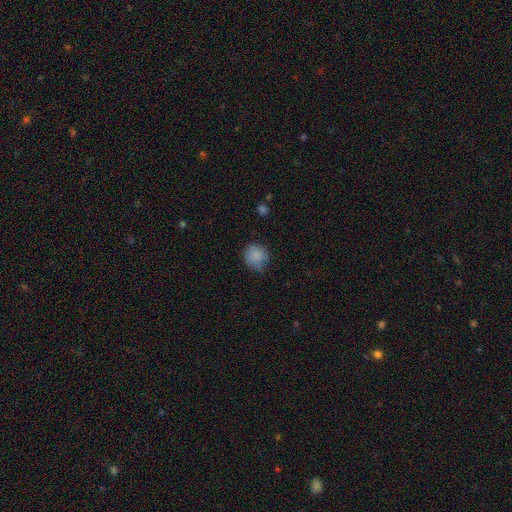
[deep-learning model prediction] Smooth or featured: smooth — 84% (star or artifact — 9%)
How rounded: round — 85% (in between — 15%)
Merging: none — 67% (minor disturbance — 24%)